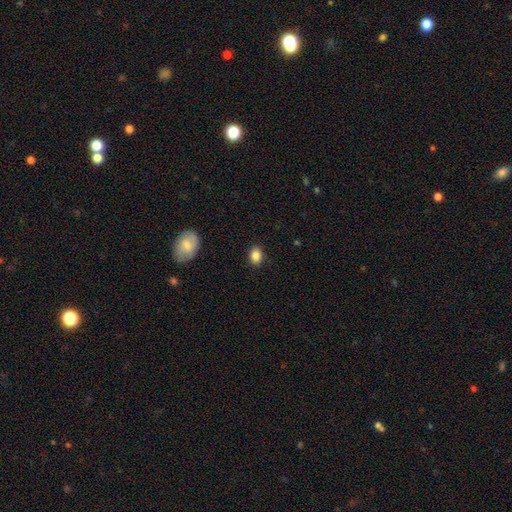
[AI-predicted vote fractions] A smooth galaxy with no disk features (86%) that is in between round and cigar-shaped (71%).

Vote fractions:
- Smooth or featured? smooth: 86% / star or artifact: 9% / featured or disk: 5%
- How rounded? in between: 71% / round: 28% / cigar-shaped: 1%
- Merging? none: 88% / minor disturbance: 9% / major disturbance: 2% / merger: 1%